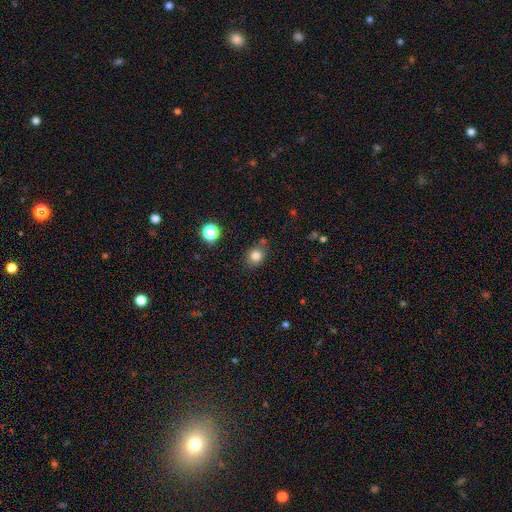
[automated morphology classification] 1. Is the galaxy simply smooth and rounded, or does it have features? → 81% smooth, 13% star or artifact, 7% featured or disk.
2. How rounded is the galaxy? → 65% round, 34% in between, 1% cigar-shaped.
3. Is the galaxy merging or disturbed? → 77% none, 14% minor disturbance, 6% merger, 4% major disturbance.